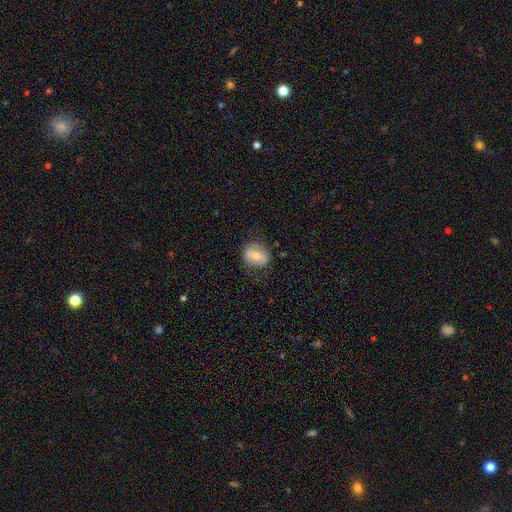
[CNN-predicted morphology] Q: Smooth or featured?
A: smooth (64%); runner-up: featured or disk (28%)
Q: How rounded?
A: round (57%); runner-up: in between (42%)
Q: Merging?
A: none (74%); runner-up: minor disturbance (19%)